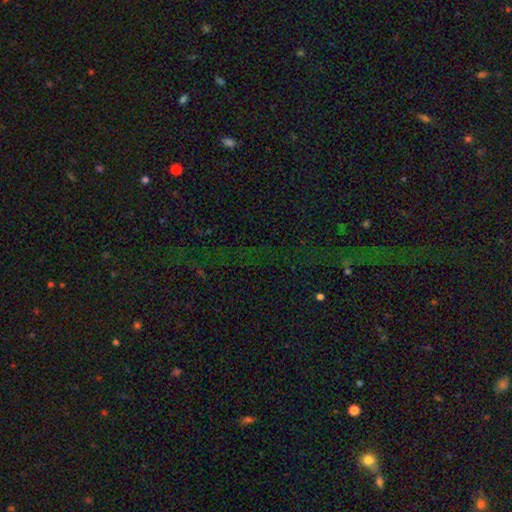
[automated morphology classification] Smooth or featured?
  - star or artifact: 71% *
  - smooth: 16%
  - featured or disk: 13%